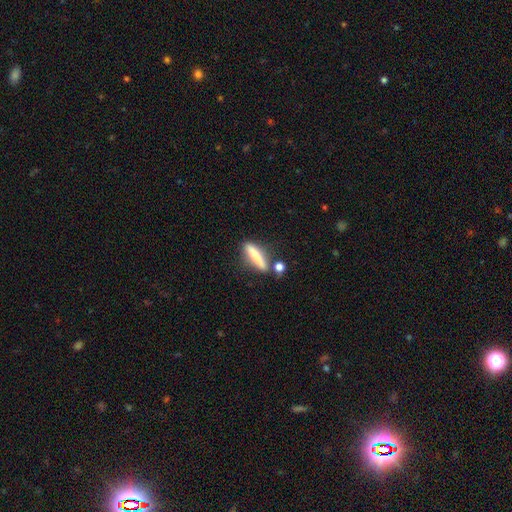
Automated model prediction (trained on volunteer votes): Smooth or featured: smooth — 74% (featured or disk — 19%)
How rounded: cigar-shaped — 80% (in between — 18%)
Merging: none — 66% (minor disturbance — 15%)